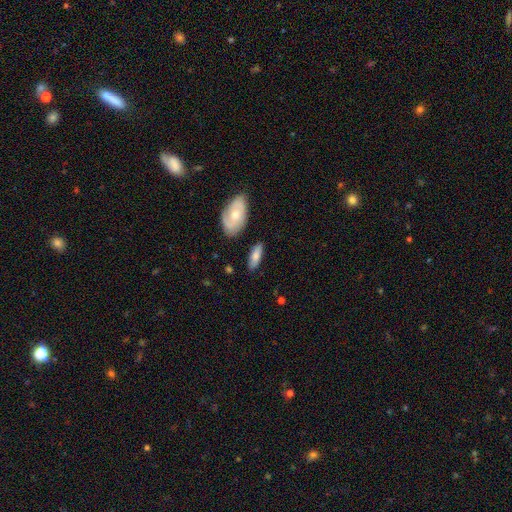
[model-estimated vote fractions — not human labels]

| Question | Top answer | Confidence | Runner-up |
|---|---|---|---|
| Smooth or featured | smooth | 70% | featured or disk (24%) |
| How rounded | in between | 71% | cigar-shaped (27%) |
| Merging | none | 82% | minor disturbance (12%) |